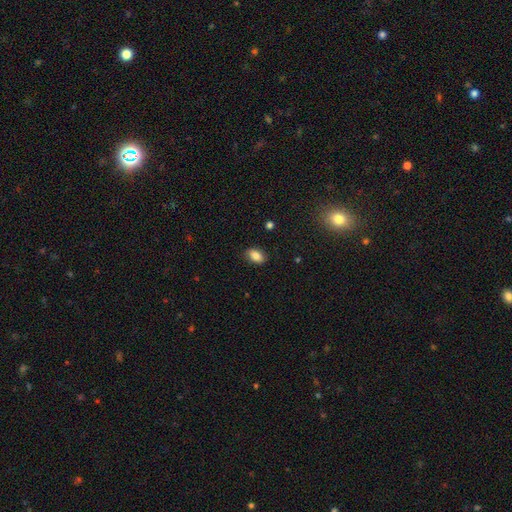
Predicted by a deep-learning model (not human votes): This appears to be a smooth galaxy with no disk features (85%) that is in between round and cigar-shaped (87%). Merging: none (85%).